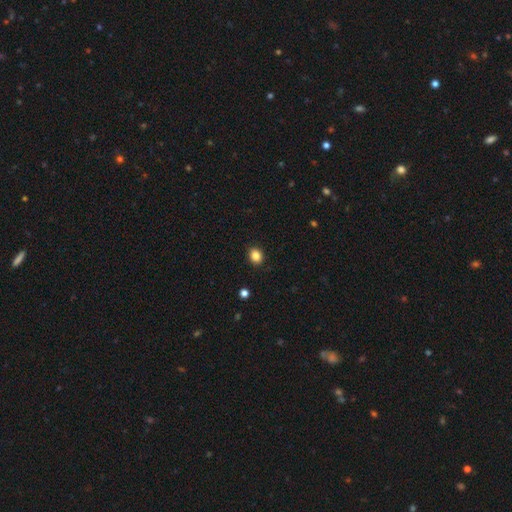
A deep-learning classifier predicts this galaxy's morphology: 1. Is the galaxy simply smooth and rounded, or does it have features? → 86% smooth, 10% star or artifact, 4% featured or disk.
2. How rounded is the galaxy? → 53% round, 46% in between, 1% cigar-shaped.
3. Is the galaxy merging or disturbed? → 90% none, 7% minor disturbance, 2% major disturbance, 1% merger.